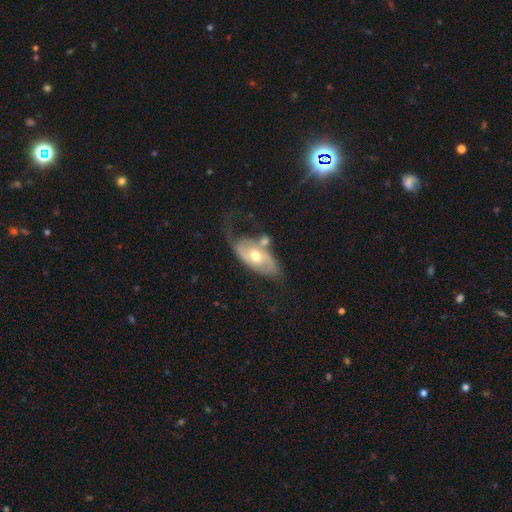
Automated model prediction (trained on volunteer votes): Smooth or featured? Predicted: featured or disk (p=0.69). Edge-on disk? Predicted: no (p=0.91). Bar? Predicted: no (p=0.52). Spiral arms? Predicted: yes (p=0.78). Bulge size? Predicted: moderate (p=0.74). Merging? Predicted: none (p=0.37).